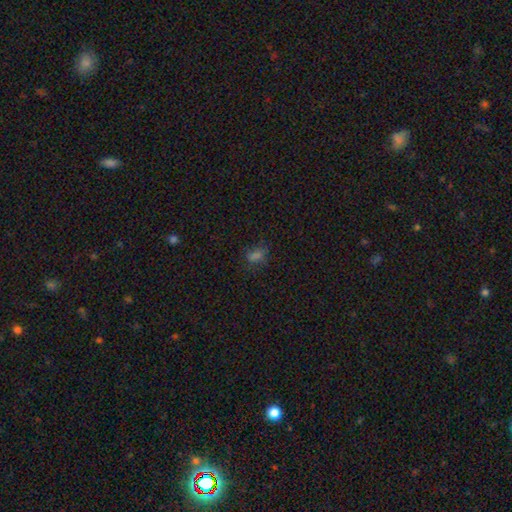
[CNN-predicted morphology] A smooth galaxy with no disk features (62%) that is in between round and cigar-shaped (72%). Merging: none (67%).